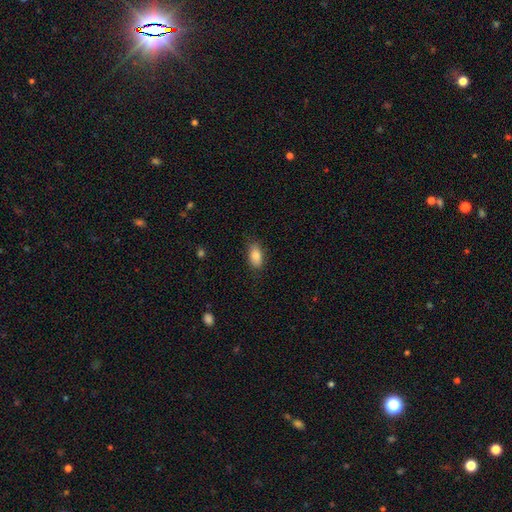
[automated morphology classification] This is clearly a smooth galaxy (83%). How rounded: clearly in between (90%). Merging: clearly none (81%).